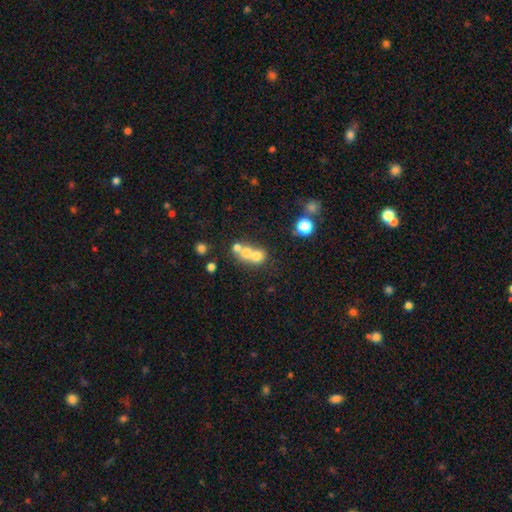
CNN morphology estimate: Smooth or featured?
  - smooth: 65% *
  - featured or disk: 21%
  - star or artifact: 14%
How rounded?
  - round: 73% *
  - in between: 26%
  - cigar-shaped: 1%
Merging?
  - merger: 62% *
  - none: 29%
  - minor disturbance: 6%
  - major disturbance: 4%